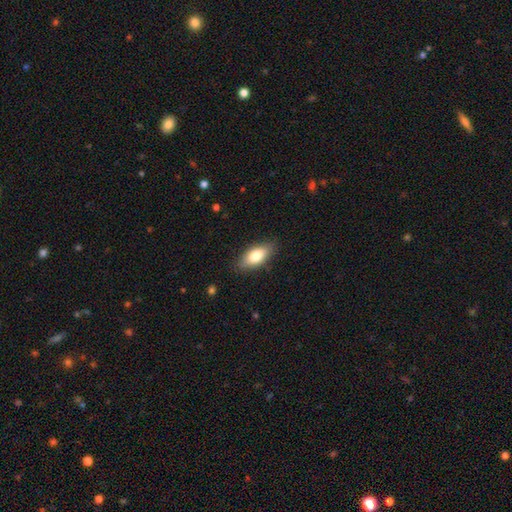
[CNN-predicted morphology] Smooth or featured: smooth — 78% (featured or disk — 15%)
How rounded: in between — 84% (cigar-shaped — 13%)
Merging: none — 84% (minor disturbance — 12%)